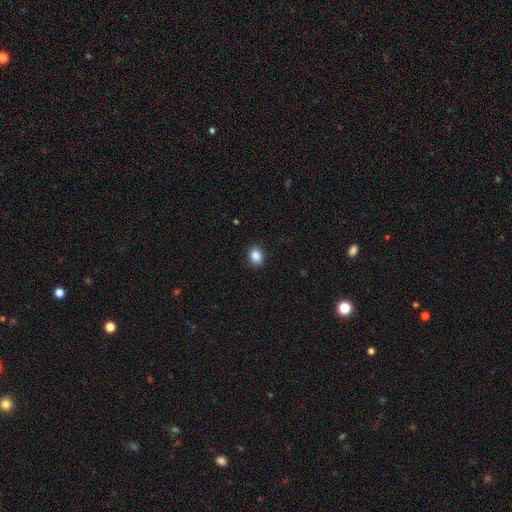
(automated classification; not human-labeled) This appears to be a smooth galaxy with no disk features (87%) that is round (56%). Merging: none (89%).